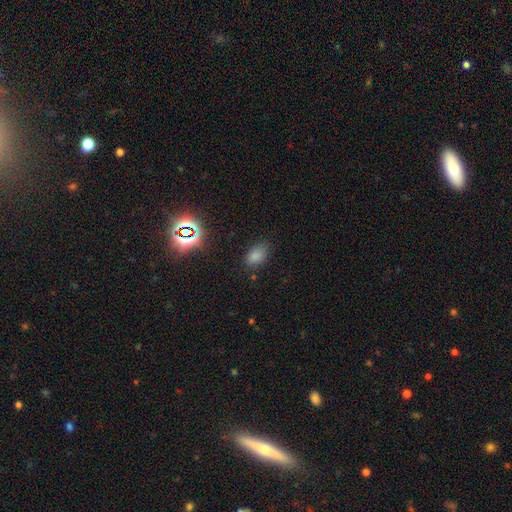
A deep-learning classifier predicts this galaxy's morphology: A smooth galaxy with no disk features (75%) that is in between round and cigar-shaped (88%).

Vote fractions:
- Smooth or featured? smooth: 75% / star or artifact: 20% / featured or disk: 6%
- How rounded? in between: 88% / round: 10% / cigar-shaped: 2%
- Merging? none: 75% / minor disturbance: 18% / major disturbance: 5% / merger: 2%